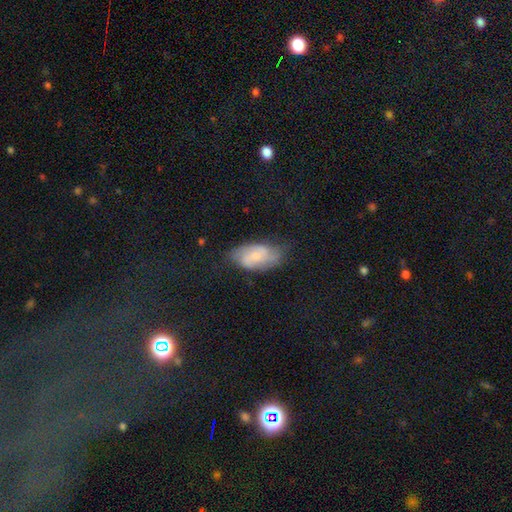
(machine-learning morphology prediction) Smooth or featured? Predicted: featured or disk (p=0.54). Edge-on disk? Predicted: no (p=0.94). Bar? Predicted: no (p=0.58). Spiral arms? Predicted: yes (p=0.87). Bulge size? Predicted: small (p=0.59). Merging? Predicted: none (p=0.61).